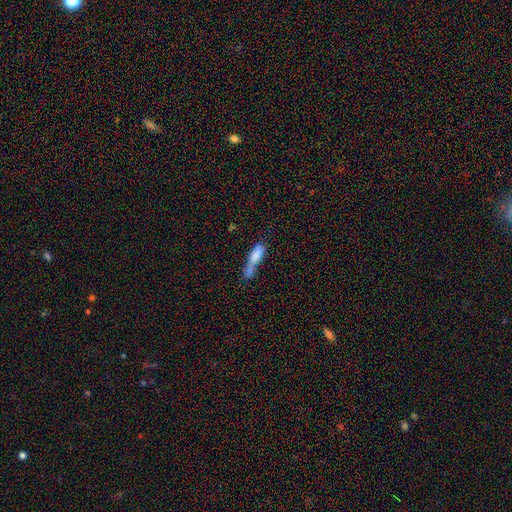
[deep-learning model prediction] A smooth galaxy with no disk features (75%) that is cigar-shaped (63%). Merging: merger (36%).